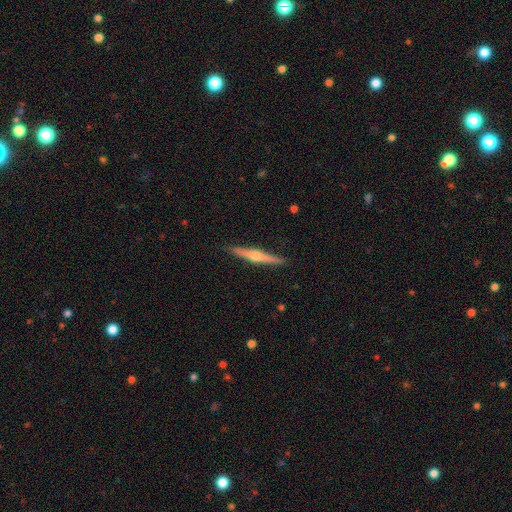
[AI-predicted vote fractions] This is likely a featured or disk galaxy (74%). It is clearly viewed edge-on (98%). Edge-on bulge: clearly rounded (90%). Merging: clearly none (91%).